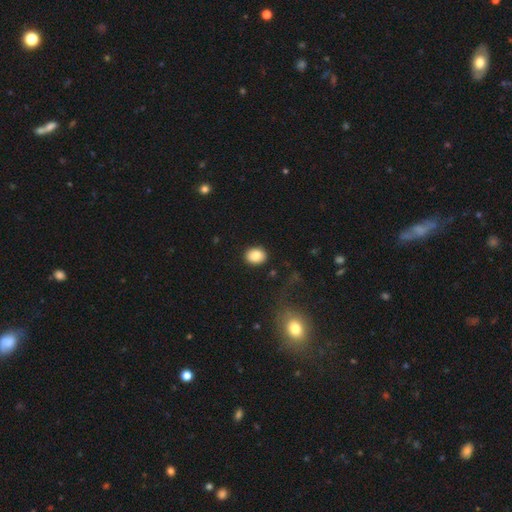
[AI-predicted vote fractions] Smooth or featured?
  - smooth: 86% *
  - star or artifact: 9%
  - featured or disk: 5%
How rounded?
  - round: 50% *
  - in between: 49%
  - cigar-shaped: 1%
Merging?
  - none: 89% *
  - minor disturbance: 8%
  - major disturbance: 2%
  - merger: 1%